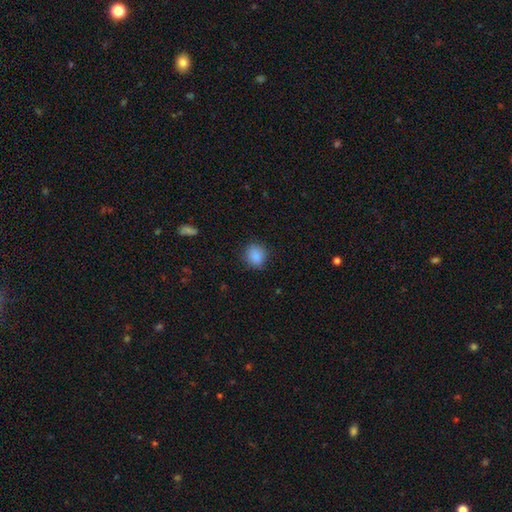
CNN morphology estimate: Smooth or featured: smooth — 87% (star or artifact — 9%)
How rounded: round — 80% (in between — 19%)
Merging: none — 84% (minor disturbance — 12%)